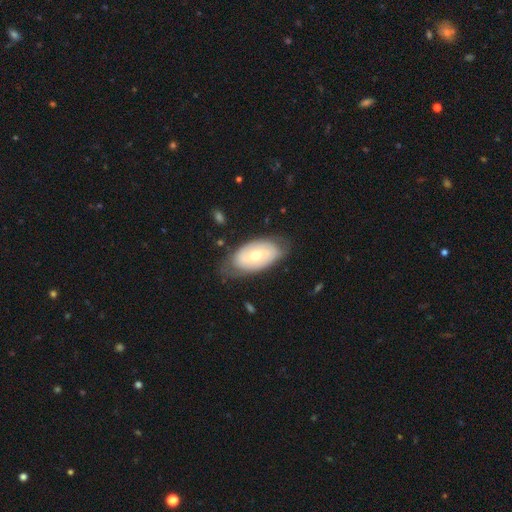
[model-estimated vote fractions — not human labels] Smooth or featured? featured or disk (57%)
Edge-on disk? no (92%)
Bar? no (57%)
Spiral arms? yes (68%)
Bulge size? moderate (61%)
Merging? none (69%)